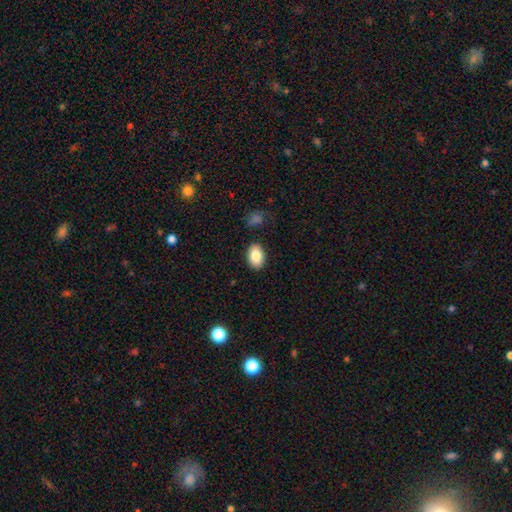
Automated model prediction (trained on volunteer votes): The model was most divided on "how rounded": in between: 88%, round: 11%, cigar-shaped: 1%. More confident: merging — none (87%); smooth or featured — smooth (85%).